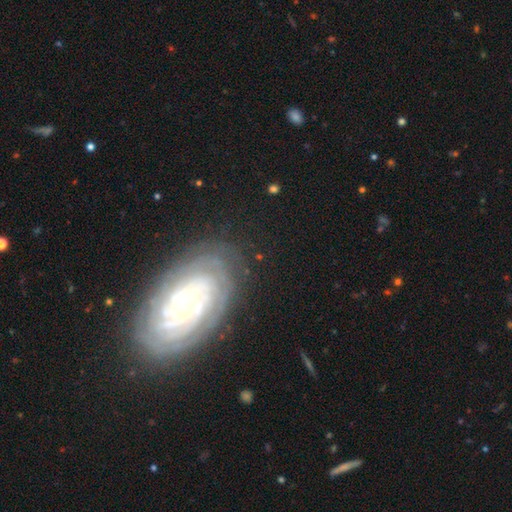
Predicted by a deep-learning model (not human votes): Smooth or featured? Predicted: featured or disk (p=0.72). Edge-on disk? Predicted: no (p=0.93). Bar? Predicted: no (p=0.76). Spiral arms? Predicted: yes (p=0.88). Spiral winding? Predicted: tight (p=0.84). Spiral arm count? Predicted: can't tell (p=0.50). Bulge size? Predicted: small (p=0.61). Merging? Predicted: none (p=0.83).